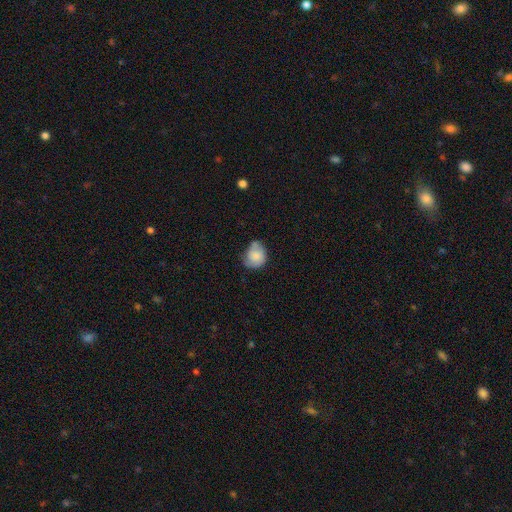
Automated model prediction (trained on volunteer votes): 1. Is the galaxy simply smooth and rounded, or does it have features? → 73% smooth, 19% featured or disk, 8% star or artifact.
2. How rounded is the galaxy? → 64% round, 35% in between, 1% cigar-shaped.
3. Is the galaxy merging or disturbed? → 46% none, 36% minor disturbance, 11% major disturbance, 7% merger.